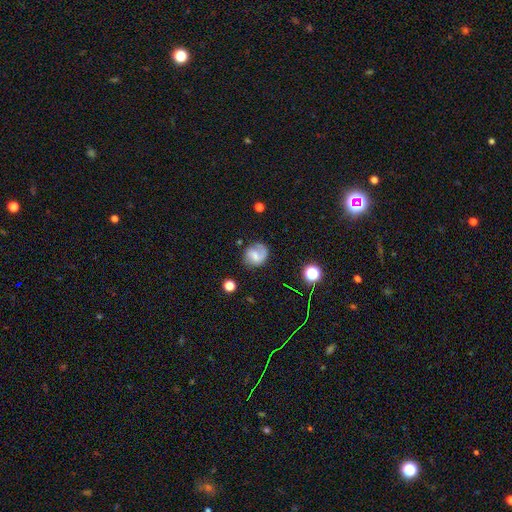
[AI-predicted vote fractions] This appears to be a featured or disk galaxy (60%) with a weak bar (49%), 2 (50%) medium (43%) spiral arms (89%) and a small central bulge (38%). Merging: none (68%).